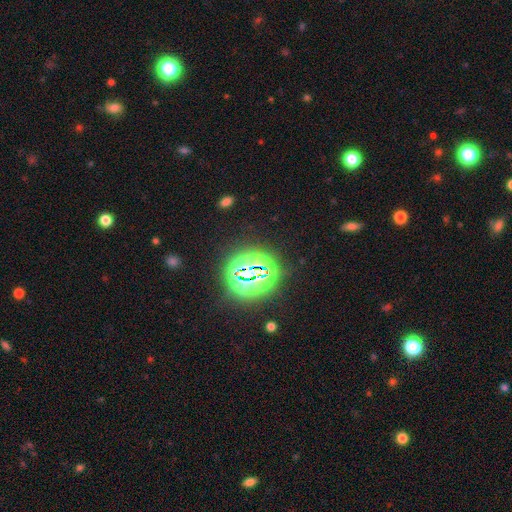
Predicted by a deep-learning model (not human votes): Smooth or featured? Predicted: star or artifact (p=0.78).